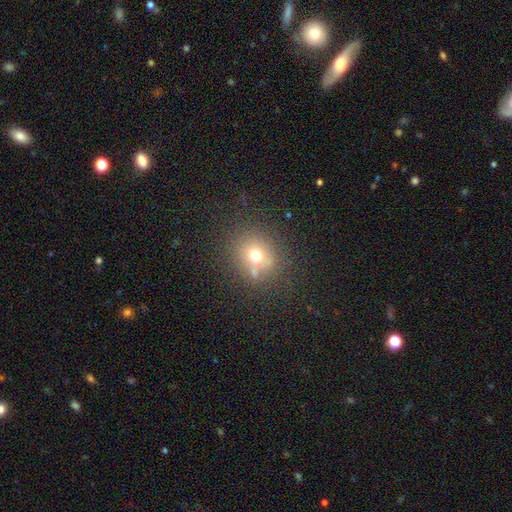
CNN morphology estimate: Overall: smooth (67%). How rounded: round (80%). Merging: none (73%).